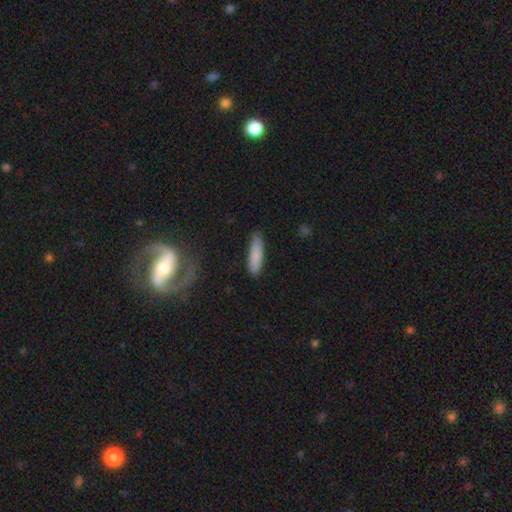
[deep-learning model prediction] Smooth or featured: smooth — 83% (featured or disk — 11%)
How rounded: cigar-shaped — 69% (in between — 29%)
Merging: none — 85% (minor disturbance — 11%)